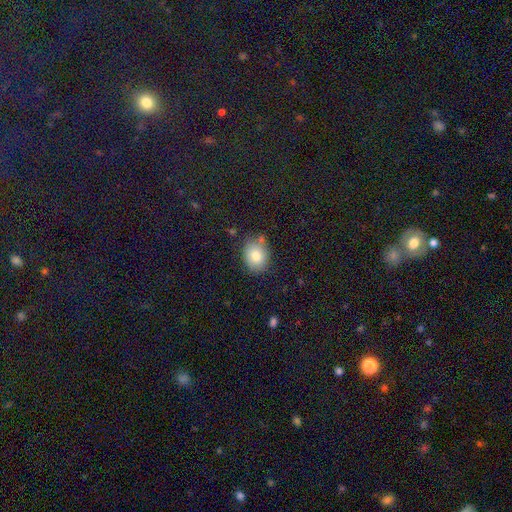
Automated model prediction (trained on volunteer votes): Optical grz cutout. It shows a smooth galaxy with no disk features (79%) that is round (50%). Merging: none (73%).